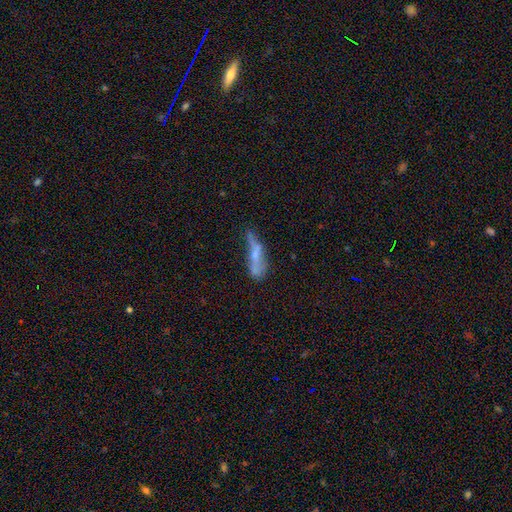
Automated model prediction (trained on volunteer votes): smooth-or-featured: smooth: 45% | featured or disk: 43% | star or artifact: 12%
  merging: none: 33% | minor disturbance: 27% | major disturbance: 25% | merger: 14%